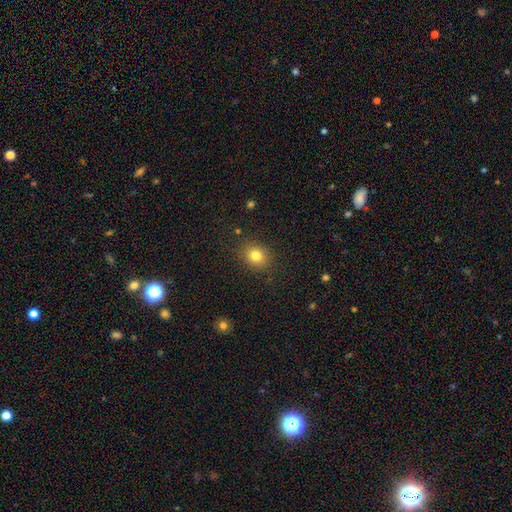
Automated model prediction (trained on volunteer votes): Smooth or featured?
  - smooth: 81% *
  - star or artifact: 12%
  - featured or disk: 7%
How rounded?
  - round: 67% *
  - in between: 32%
  - cigar-shaped: 1%
Merging?
  - none: 86% *
  - minor disturbance: 10%
  - major disturbance: 3%
  - merger: 1%